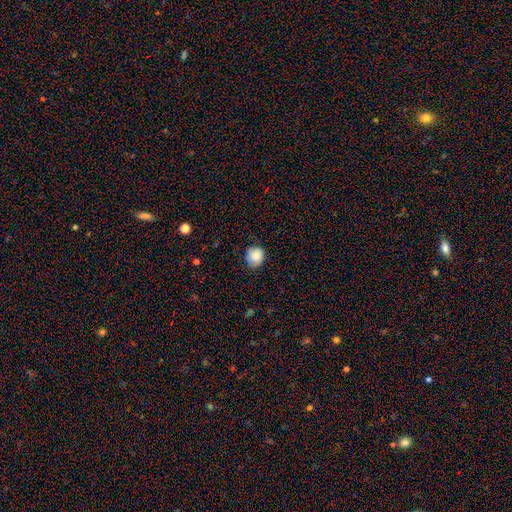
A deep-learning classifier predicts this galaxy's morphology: Q: Smooth or featured?
A: smooth (85%); runner-up: star or artifact (9%)
Q: How rounded?
A: round (83%); runner-up: in between (16%)
Q: Merging?
A: none (79%); runner-up: minor disturbance (17%)